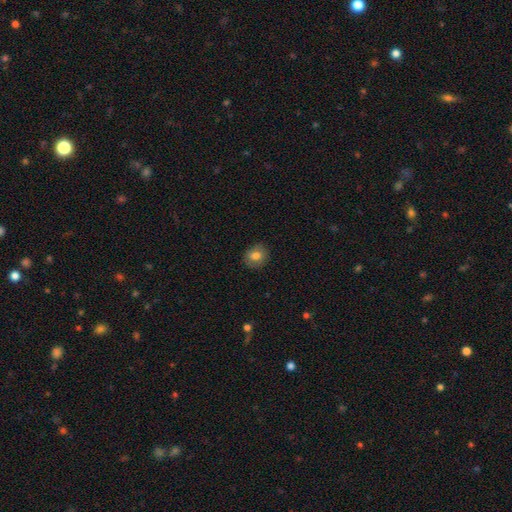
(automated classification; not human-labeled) This appears to be a smooth galaxy with no disk features (78%) that is round (58%). Merging: none (84%).